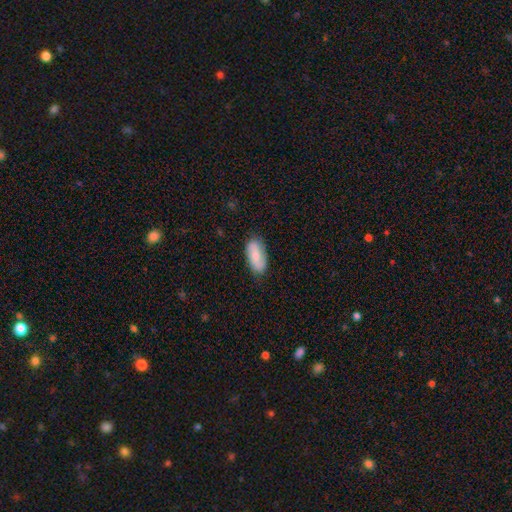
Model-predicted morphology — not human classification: smooth 65%, featured or disk 29%, star or artifact 6%. Down the decision tree: how rounded — in between (89%); merging — none (79%).